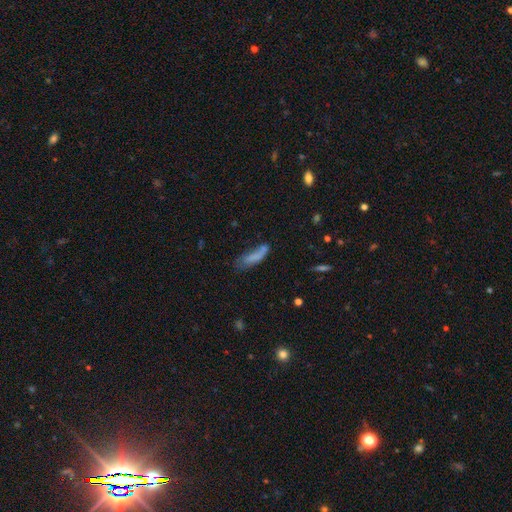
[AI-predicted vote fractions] Morphology: type=smooth (72%); roundness=cigar-shaped (58%); merging=none (39%).